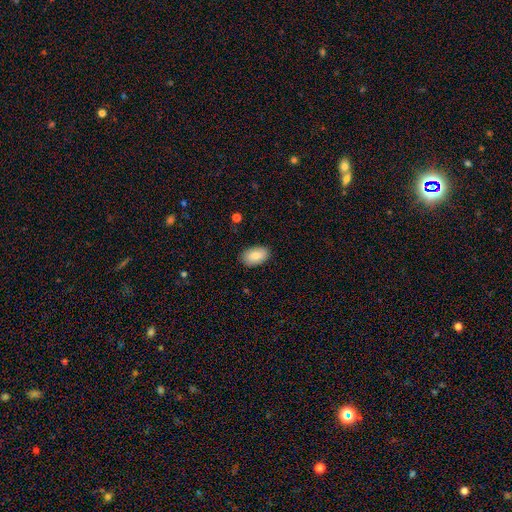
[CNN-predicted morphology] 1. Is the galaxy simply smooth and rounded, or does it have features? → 84% smooth, 9% featured or disk, 6% star or artifact.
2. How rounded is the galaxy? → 94% in between, 5% round, 1% cigar-shaped.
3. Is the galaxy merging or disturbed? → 87% none, 10% minor disturbance, 2% major disturbance, 1% merger.